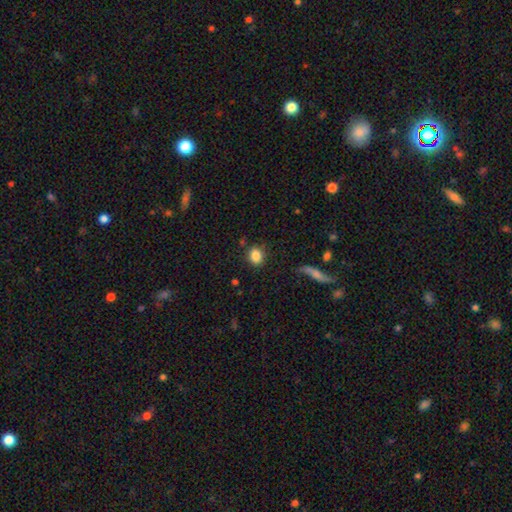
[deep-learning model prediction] A smooth galaxy with no disk features (85%) that is round (64%).

Vote fractions:
- Smooth or featured? smooth: 85% / star or artifact: 9% / featured or disk: 6%
- How rounded? round: 64% / in between: 34% / cigar-shaped: 2%
- Merging? none: 83% / minor disturbance: 10% / major disturbance: 3% / merger: 3%